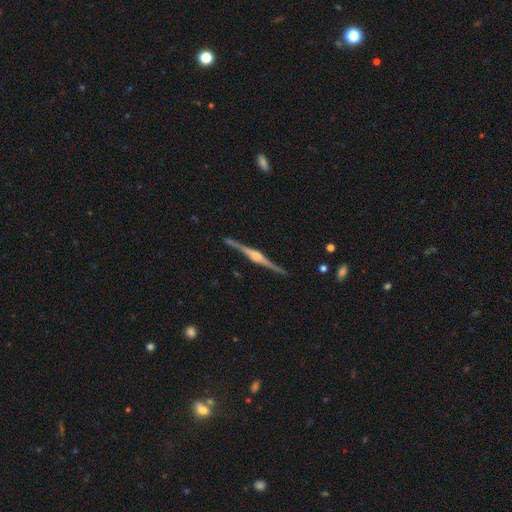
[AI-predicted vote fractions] featured or disk 88%, smooth 7%, star or artifact 5%. Down the decision tree: edge-on disk — yes (98%); edge-on bulge — rounded (74%); merging — none (90%).